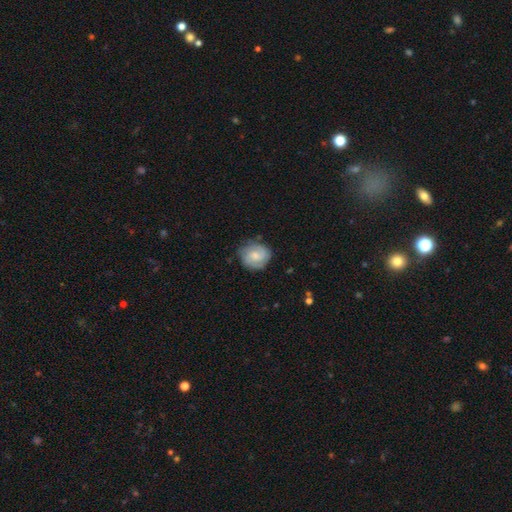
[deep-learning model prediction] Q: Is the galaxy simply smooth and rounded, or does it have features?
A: featured or disk — 54%.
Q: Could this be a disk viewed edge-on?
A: no — 98%.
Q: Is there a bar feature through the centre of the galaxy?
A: no — 59%.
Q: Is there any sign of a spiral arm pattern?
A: yes — 90%.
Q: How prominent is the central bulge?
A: moderate — 44%.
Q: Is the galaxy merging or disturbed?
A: none — 77%.